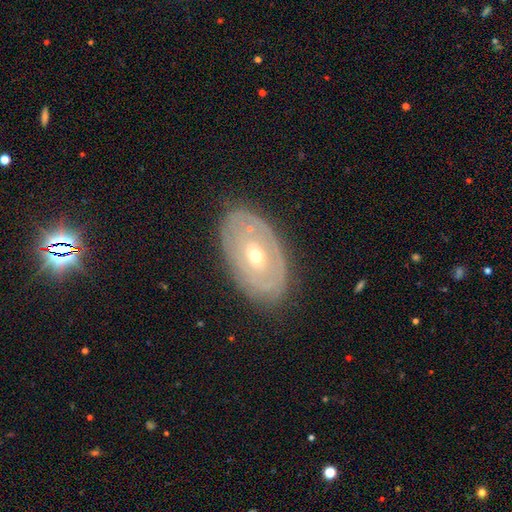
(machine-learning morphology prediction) featured or disk 69%, smooth 25%, star or artifact 6%. Down the decision tree: edge-on disk — no (91%); bar — no (79%); spiral arms — no (56%); bulge size — small (51%); merging — none (76%).